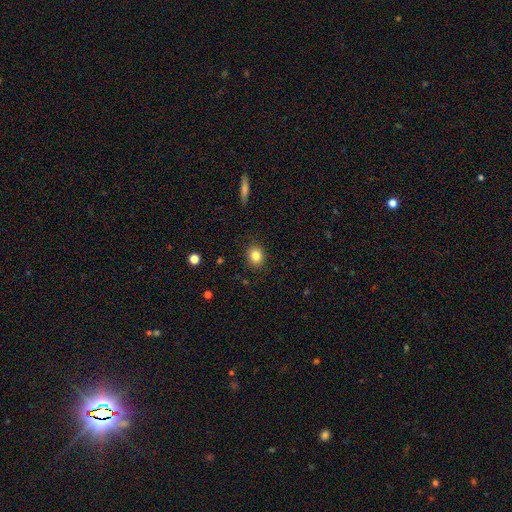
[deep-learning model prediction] A smooth galaxy with no disk features (83%) that is round (71%). Merging: none (89%).